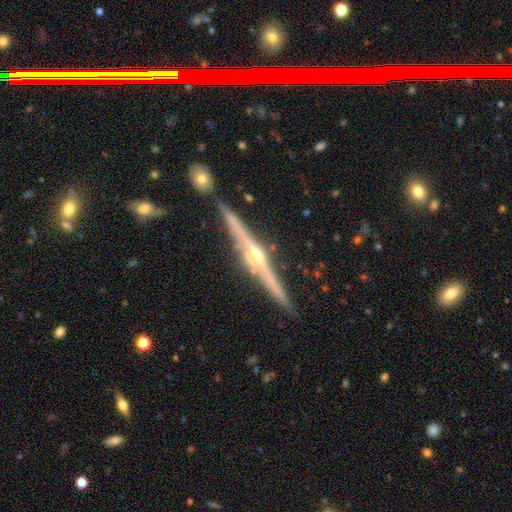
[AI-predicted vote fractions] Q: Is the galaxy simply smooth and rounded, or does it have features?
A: featured or disk — 86%.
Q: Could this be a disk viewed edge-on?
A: yes — 98%.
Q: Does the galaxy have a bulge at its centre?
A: rounded — 87%.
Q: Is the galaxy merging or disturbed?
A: none — 86%.